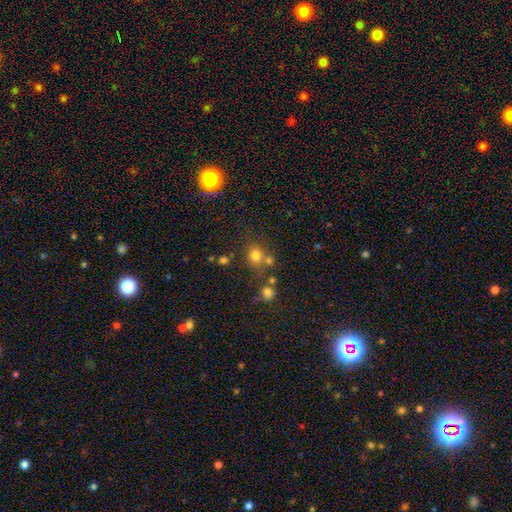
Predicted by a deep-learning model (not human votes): The model was most divided on "merging": none: 65%, merger: 19%, minor disturbance: 11%, major disturbance: 5%. More confident: how rounded — round (81%); smooth or featured — smooth (75%).